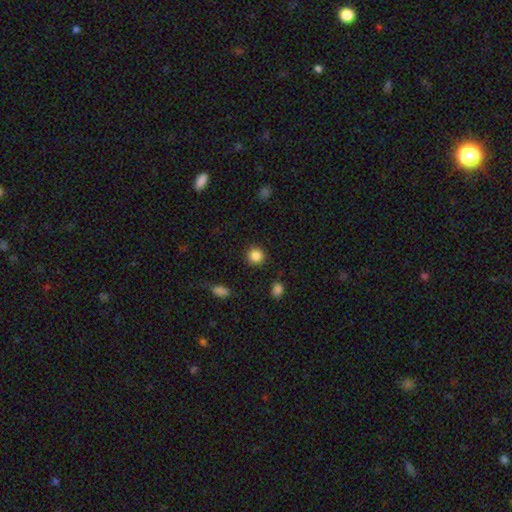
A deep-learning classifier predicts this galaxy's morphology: Overall: smooth (86%). How rounded: round (92%). Merging: none (90%).